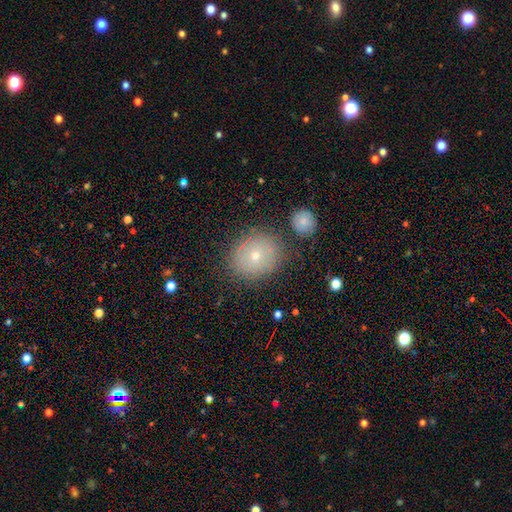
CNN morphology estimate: The model was most divided on "smooth or featured": smooth: 66%, featured or disk: 22%, star or artifact: 12%. More confident: merging — none (79%); how rounded — round (72%).